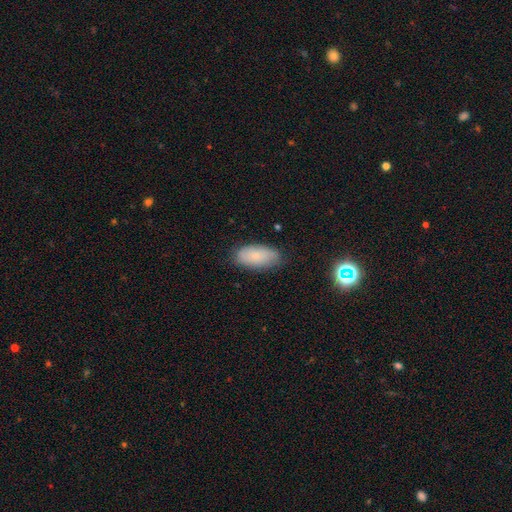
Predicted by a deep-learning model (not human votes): smooth 77%, featured or disk 14%, star or artifact 9%. Down the decision tree: how rounded — in between (90%); merging — none (77%).